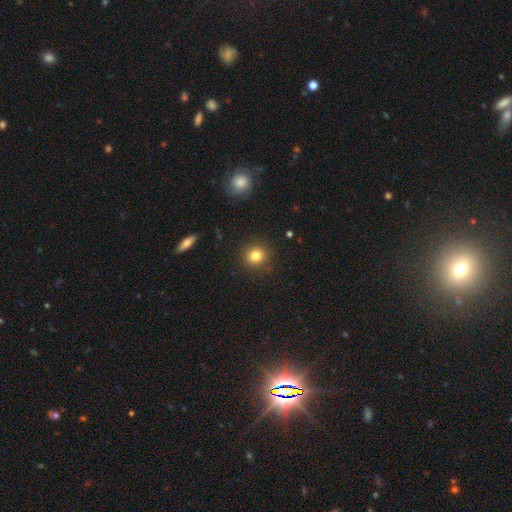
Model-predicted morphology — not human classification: This is clearly a smooth galaxy (82%). How rounded: clearly round (89%). Merging: clearly none (90%).